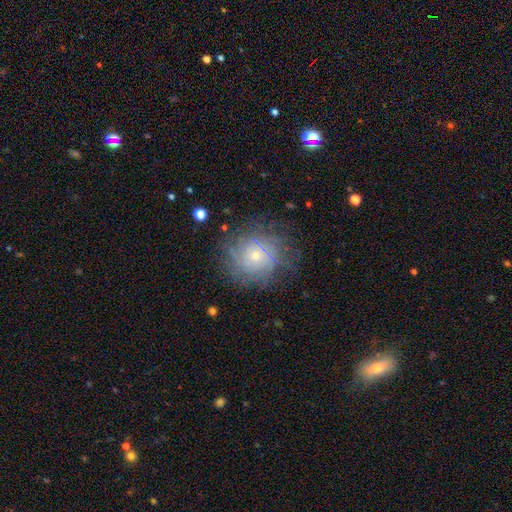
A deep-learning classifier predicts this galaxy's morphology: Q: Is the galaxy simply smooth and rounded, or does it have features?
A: featured or disk — 59%.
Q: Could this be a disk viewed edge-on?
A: no — 96%.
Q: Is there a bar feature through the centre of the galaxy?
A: no — 85%.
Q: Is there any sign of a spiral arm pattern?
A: yes — 80%.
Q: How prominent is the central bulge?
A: small — 70%.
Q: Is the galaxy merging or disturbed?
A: none — 75%.